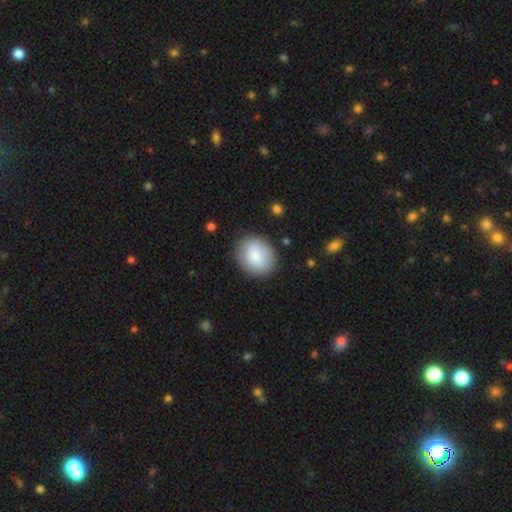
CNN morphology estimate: Smooth or featured: smooth — 80% (featured or disk — 13%)
How rounded: round — 60% (in between — 39%)
Merging: none — 81% (minor disturbance — 13%)